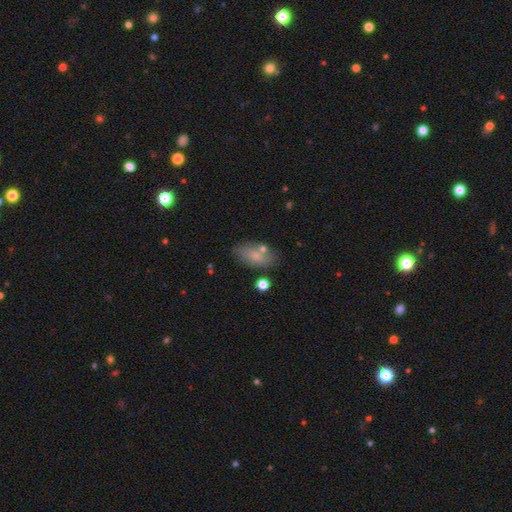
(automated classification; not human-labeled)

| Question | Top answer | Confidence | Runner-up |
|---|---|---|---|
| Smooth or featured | smooth | 73% | featured or disk (19%) |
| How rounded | in between | 88% | cigar-shaped (7%) |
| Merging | none | 72% | minor disturbance (16%) |